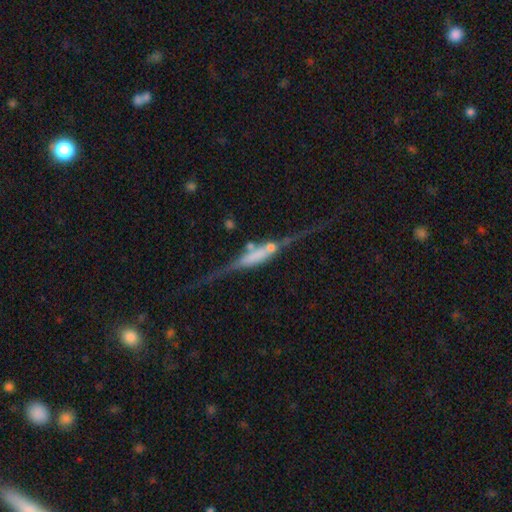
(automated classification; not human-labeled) Overall: featured or disk (68%). Edge-on disk: yes (88%). Edge-on bulge: boxy (42%; rounded 39%). Merging: none (48%; minor disturbance 21%).